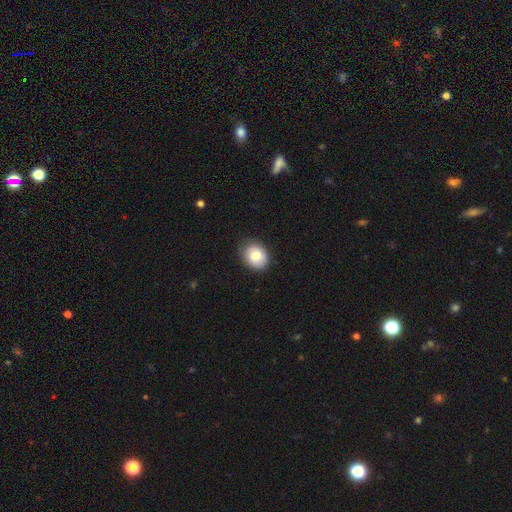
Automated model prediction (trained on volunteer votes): smooth-or-featured: smooth: 80% | featured or disk: 12% | star or artifact: 8%
  how-rounded: in between: 53% | round: 46% | cigar-shaped: 1%
  merging: none: 82% | minor disturbance: 15% | major disturbance: 3% | merger: 1%